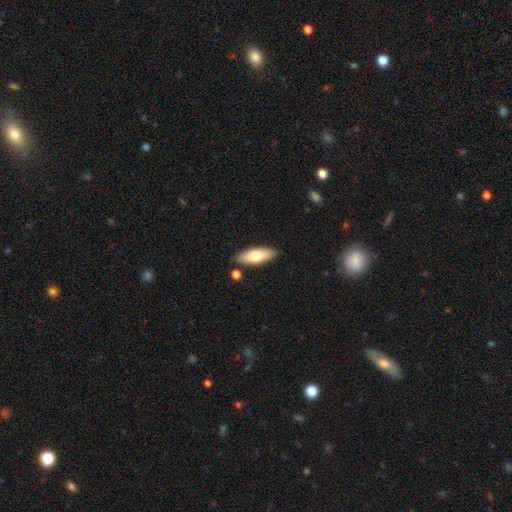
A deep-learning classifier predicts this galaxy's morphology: type=smooth (69%); roundness=in between (68%); merging=none (84%).